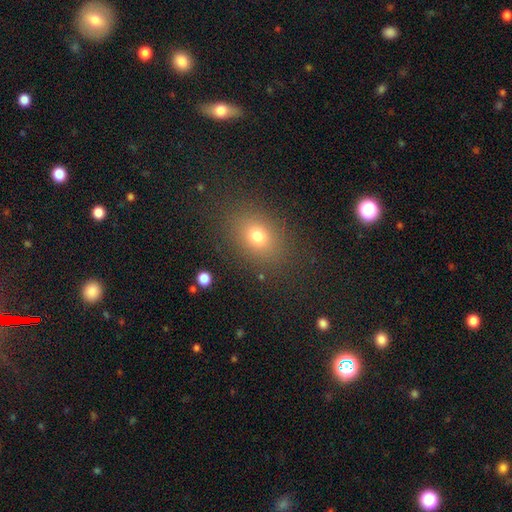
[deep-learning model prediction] smooth_or_featured: smooth (p=0.59) [alt: star or artifact p=0.32]
how_rounded: in between (p=0.56) [alt: round p=0.42]
merging: none (p=0.87) [alt: minor disturbance p=0.08]